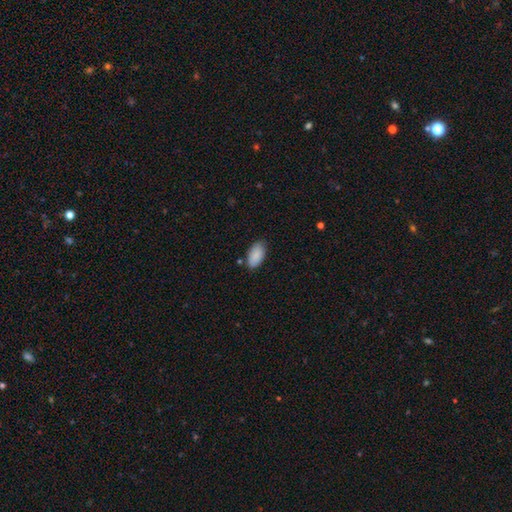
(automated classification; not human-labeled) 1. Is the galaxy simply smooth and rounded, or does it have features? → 89% smooth, 6% star or artifact, 5% featured or disk.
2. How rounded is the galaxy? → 95% in between, 3% round, 3% cigar-shaped.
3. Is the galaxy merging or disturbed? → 78% none, 17% minor disturbance, 3% major disturbance, 2% merger.